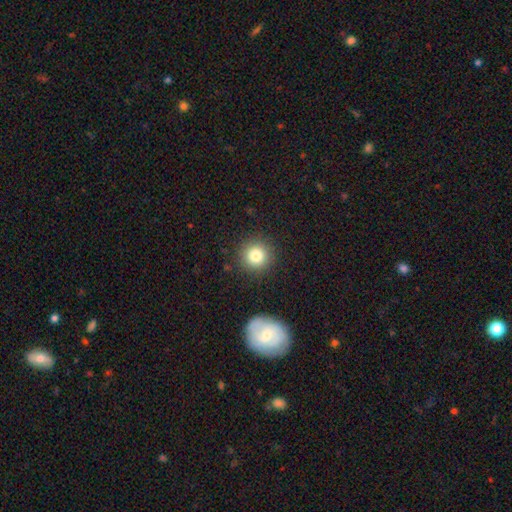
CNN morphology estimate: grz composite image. It shows a smooth galaxy with no disk features (81%) that is round (94%). Merging: none (89%).